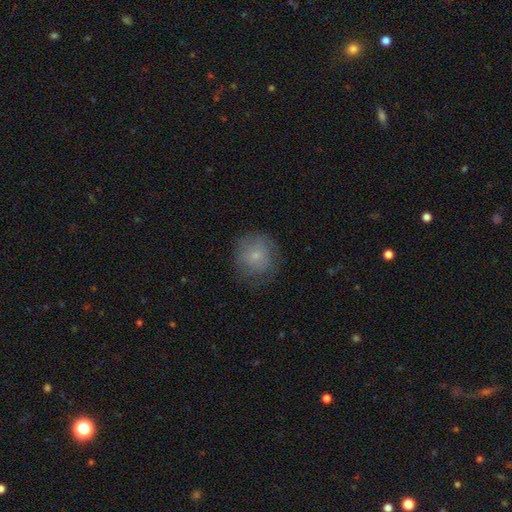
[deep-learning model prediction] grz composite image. It shows a smooth galaxy with no disk features (70%) that is round (88%). Merging: none (70%).